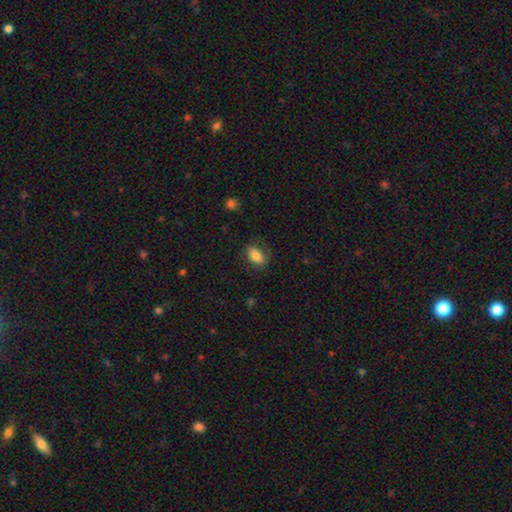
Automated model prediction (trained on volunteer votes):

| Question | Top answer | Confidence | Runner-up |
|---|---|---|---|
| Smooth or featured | smooth | 77% | featured or disk (15%) |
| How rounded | in between | 90% | round (8%) |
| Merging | none | 73% | minor disturbance (18%) |